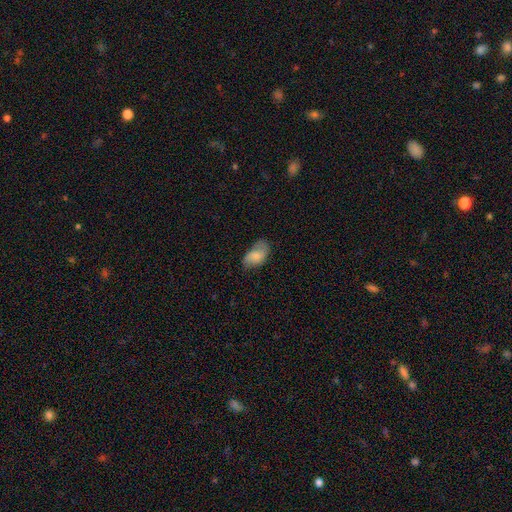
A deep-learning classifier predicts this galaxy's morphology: A smooth galaxy with no disk features (75%) that is in between round and cigar-shaped (93%).

Vote fractions:
- Smooth or featured? smooth: 75% / featured or disk: 18% / star or artifact: 7%
- How rounded? in between: 93% / round: 5% / cigar-shaped: 2%
- Merging? none: 53% / minor disturbance: 33% / major disturbance: 12% / merger: 2%